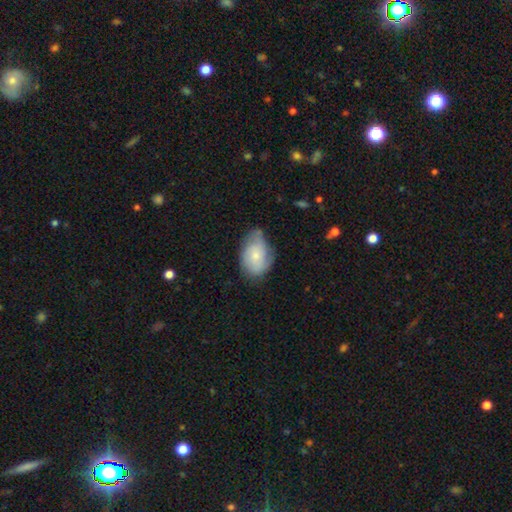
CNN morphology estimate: Overall: smooth (55%; featured or disk 38%). How rounded: in between (85%). Merging: none (51%; minor disturbance 36%).